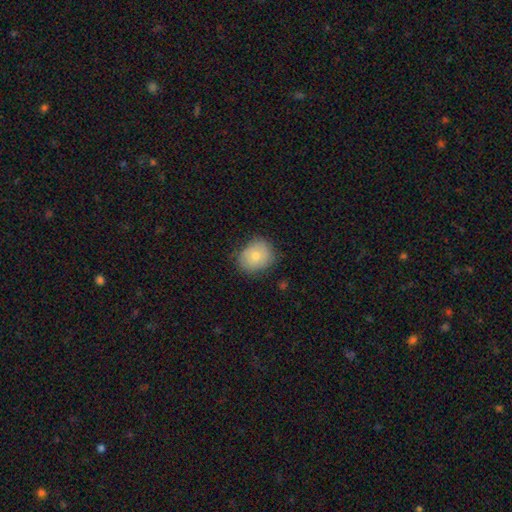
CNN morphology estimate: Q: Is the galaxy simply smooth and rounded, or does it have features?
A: smooth — 74%.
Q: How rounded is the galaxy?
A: round — 61%.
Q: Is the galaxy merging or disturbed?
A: none — 70%.